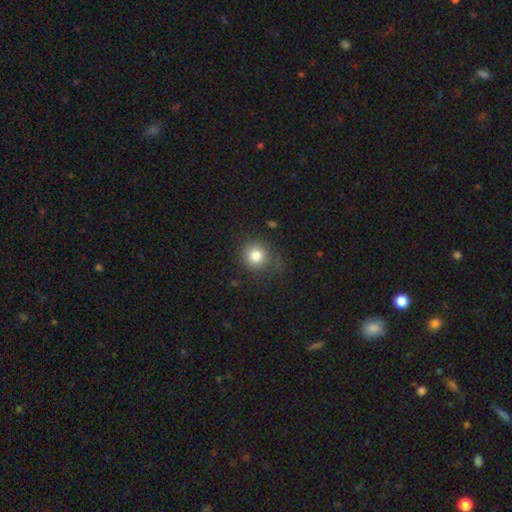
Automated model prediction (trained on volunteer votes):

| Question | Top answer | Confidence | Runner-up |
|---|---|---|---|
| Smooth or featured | smooth | 81% | star or artifact (11%) |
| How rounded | round | 88% | in between (11%) |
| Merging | none | 77% | minor disturbance (15%) |